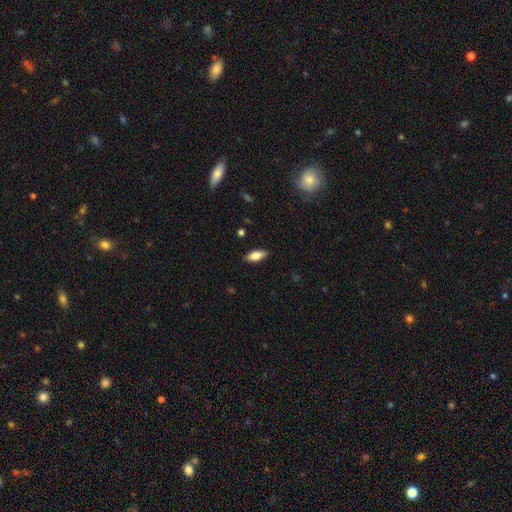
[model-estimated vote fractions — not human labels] This appears to be a smooth galaxy with no disk features (74%) that is in between round and cigar-shaped (80%). Merging: none (87%).